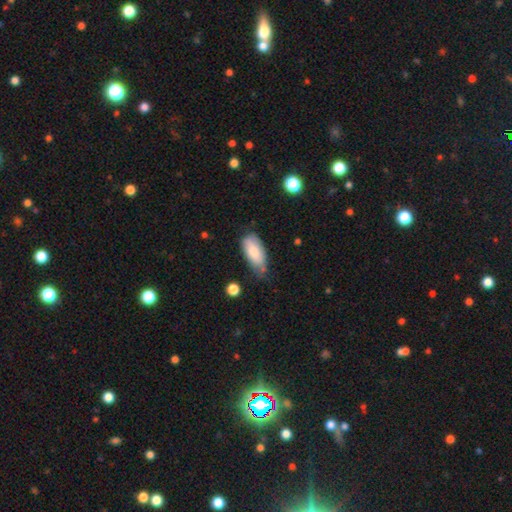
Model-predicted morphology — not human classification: The model was most divided on "merging": none: 49%, minor disturbance: 38%, major disturbance: 9%, merger: 4%. More confident: how rounded — in between (89%); smooth or featured — smooth (77%).